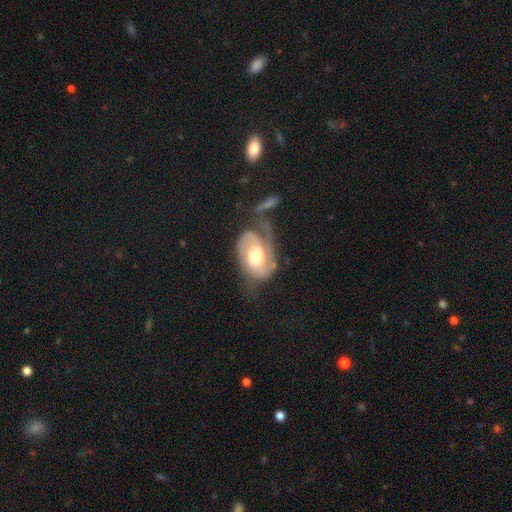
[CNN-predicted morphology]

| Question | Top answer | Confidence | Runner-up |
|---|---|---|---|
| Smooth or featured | featured or disk | 81% | smooth (14%) |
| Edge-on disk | no | 97% | yes (3%) |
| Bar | no | 55% | weak (36%) |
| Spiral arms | yes | 93% | no (7%) |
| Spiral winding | medium | 43% | tight (37%) |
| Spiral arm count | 2 | 71% | 1 (16%) |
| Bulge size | moderate | 64% | large (24%) |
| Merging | none | 36% | major disturbance (30%) |